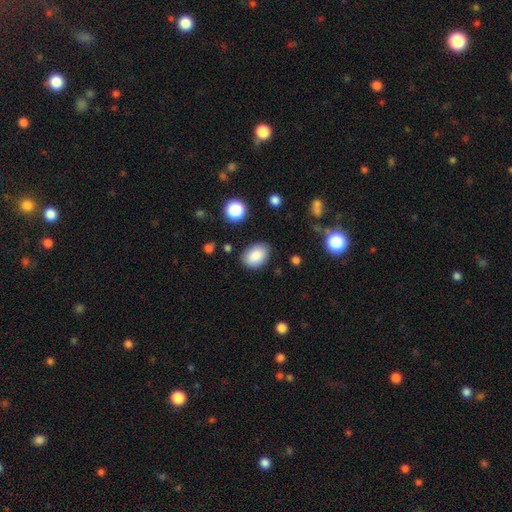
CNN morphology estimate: A smooth galaxy with no disk features (85%) that is in between round and cigar-shaped (79%). Merging: none (82%).